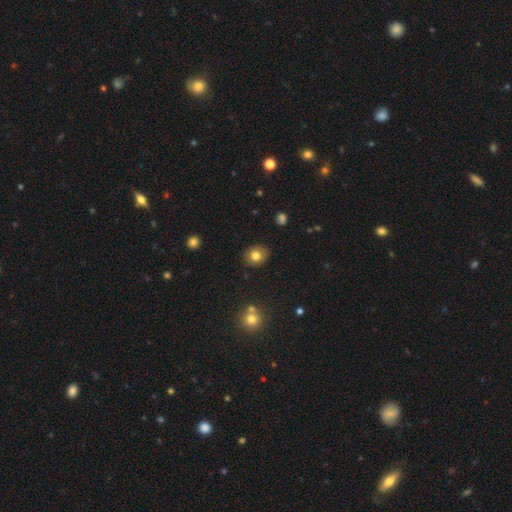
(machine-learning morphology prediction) Smooth or featured: smooth — 80% (star or artifact — 10%)
How rounded: round — 66% (in between — 33%)
Merging: none — 87% (minor disturbance — 9%)